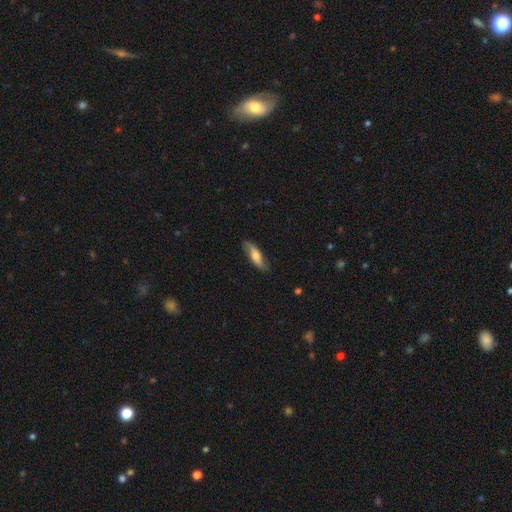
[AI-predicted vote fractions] Overall: smooth (54%; featured or disk 40%). How rounded: in between (49%; cigar-shaped 48%). Merging: none (79%).